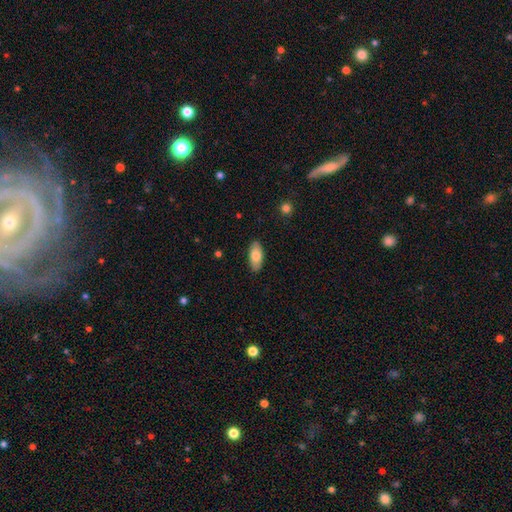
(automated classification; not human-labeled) smooth 78%, featured or disk 16%, star or artifact 6%. Down the decision tree: how rounded — in between (89%); merging — none (87%).